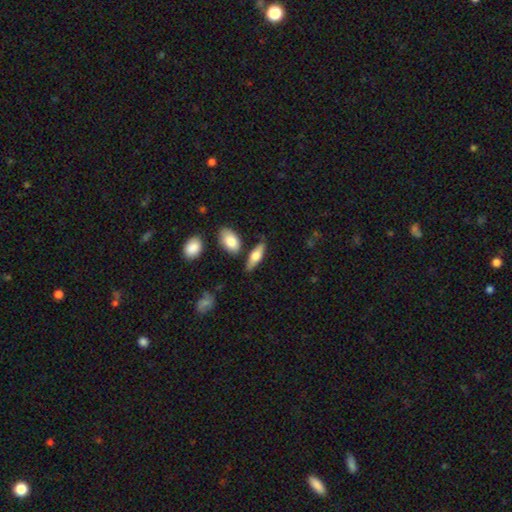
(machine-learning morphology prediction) smooth_or_featured: smooth (p=0.58) [alt: featured or disk p=0.36]
how_rounded: in between (p=0.65) [alt: cigar-shaped p=0.31]
merging: none (p=0.75) [alt: minor disturbance p=0.14]